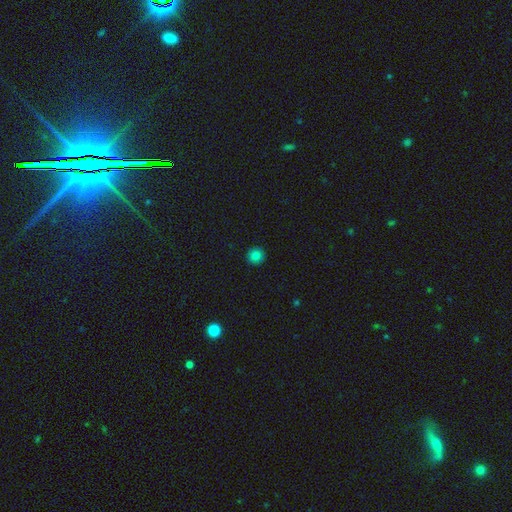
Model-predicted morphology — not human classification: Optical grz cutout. It shows a smooth galaxy with no disk features (81%) that is round (94%). Merging: none (93%).